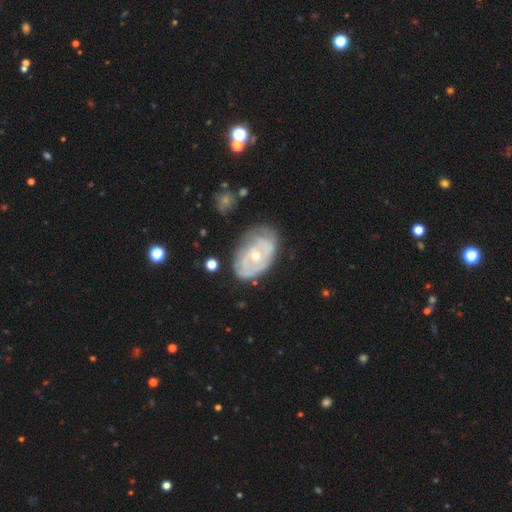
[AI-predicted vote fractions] smooth_or_featured: featured or disk (p=0.73) [alt: smooth p=0.21]
disk_edge_on: no (p=0.95) [alt: yes p=0.05]
bar: no (p=0.77) [alt: weak p=0.18]
has_spiral_arms: yes (p=0.67) [alt: no p=0.33]
bulge_size: moderate (p=0.51) [alt: small p=0.46]
merging: none (p=0.58) [alt: minor disturbance p=0.28]